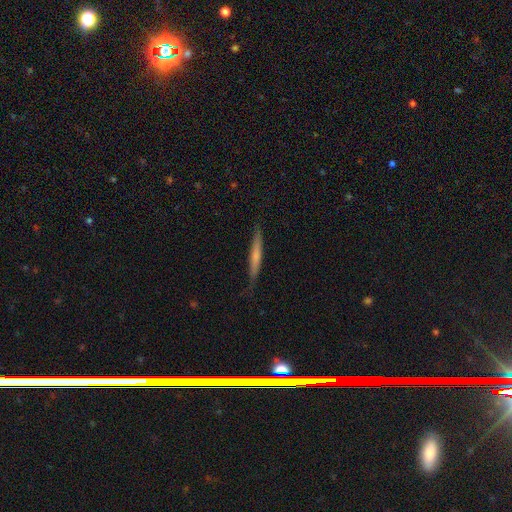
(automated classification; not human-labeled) Overall: smooth (56%; featured or disk 39%). How rounded: cigar-shaped (95%). Merging: none (83%).